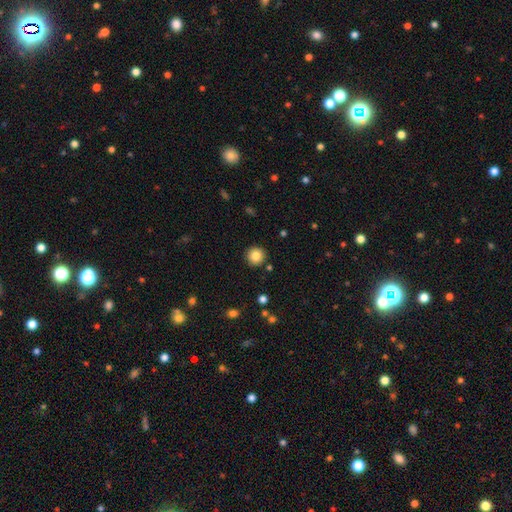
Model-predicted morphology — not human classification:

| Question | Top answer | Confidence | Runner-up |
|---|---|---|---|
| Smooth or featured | smooth | 84% | star or artifact (10%) |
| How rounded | round | 95% | in between (4%) |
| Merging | none | 91% | minor disturbance (6%) |